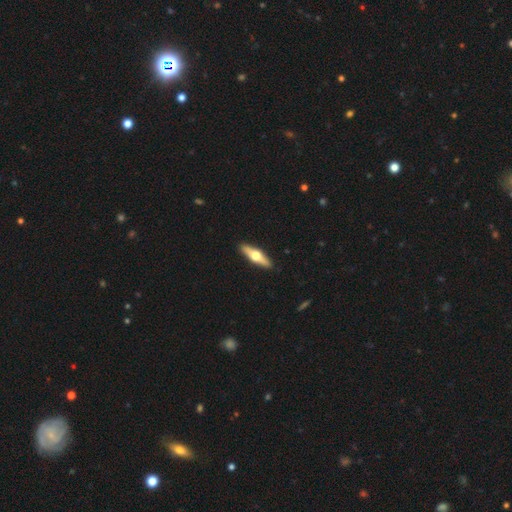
This appears to be a featured or disk galaxy (72%) viewed edge-on (100%) with a rounded central bulge (100%). Merging: none (91%).